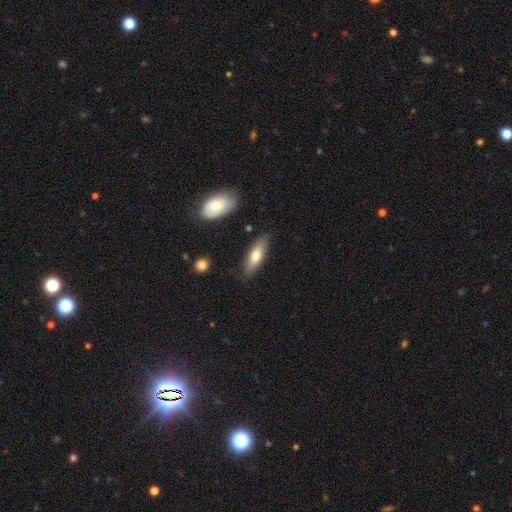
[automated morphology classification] smooth_or_featured: smooth (p=0.69) [alt: featured or disk p=0.25]
how_rounded: cigar-shaped (p=0.50) [alt: in between p=0.48]
merging: none (p=0.81) [alt: minor disturbance p=0.13]